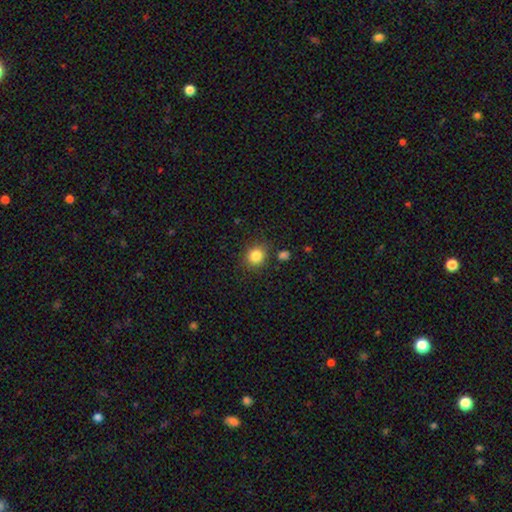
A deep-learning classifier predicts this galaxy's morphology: smooth 84%, star or artifact 11%, featured or disk 5%. Down the decision tree: how rounded — round (79%); merging — none (83%).